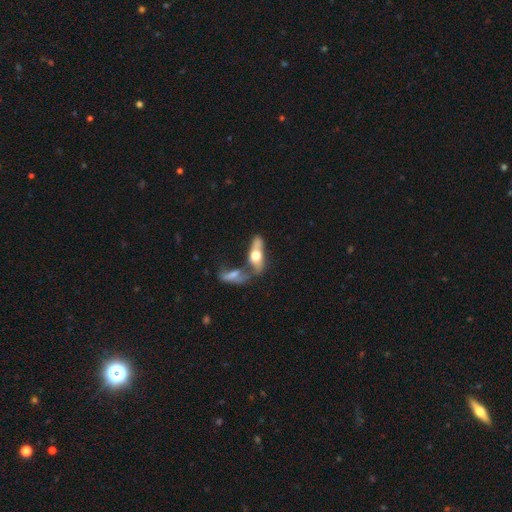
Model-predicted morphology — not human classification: A featured or disk galaxy (50%).

Vote fractions:
- Smooth or featured? featured or disk: 50% / smooth: 43% / star or artifact: 7%
- Merging? merger: 50% / none: 26% / minor disturbance: 12% / major disturbance: 12%